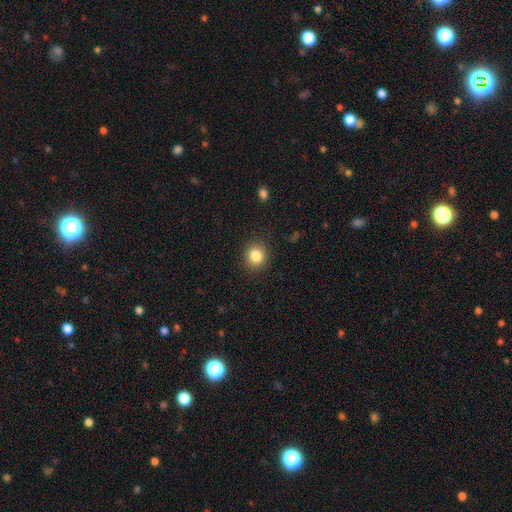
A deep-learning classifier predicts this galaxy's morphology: A smooth galaxy with no disk features (84%) that is round (78%). Merging: none (88%).